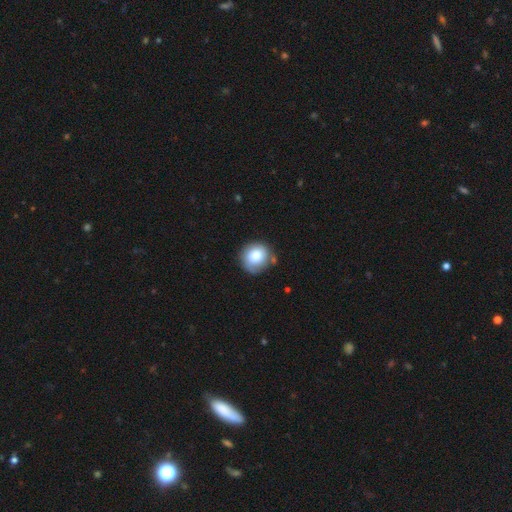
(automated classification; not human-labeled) This is clearly a smooth galaxy (82%). How rounded: clearly round (87%). Merging: likely none (72%).